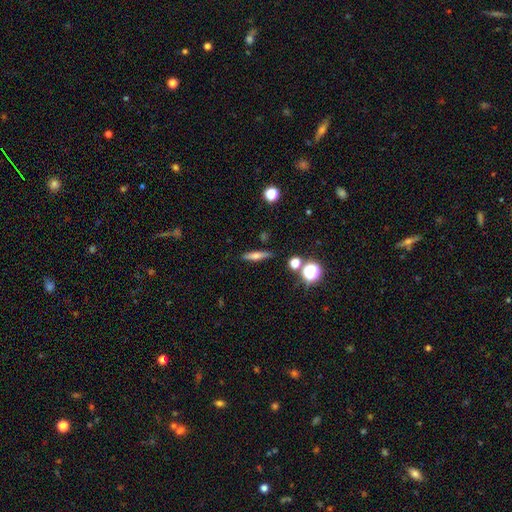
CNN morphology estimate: The model was most divided on "smooth or featured": smooth: 54%, featured or disk: 35%, star or artifact: 11%. More confident: merging — none (83%); how rounded — cigar-shaped (75%).